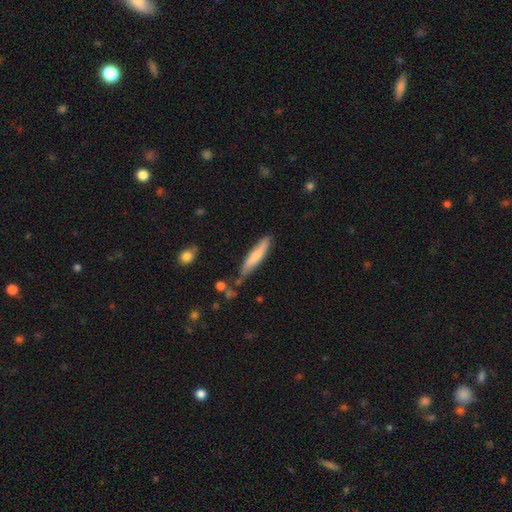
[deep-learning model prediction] Smooth or featured?
  - smooth: 74% *
  - featured or disk: 21%
  - star or artifact: 5%
How rounded?
  - cigar-shaped: 87% *
  - in between: 12%
  - round: 1%
Merging?
  - none: 71% *
  - minor disturbance: 21%
  - merger: 4%
  - major disturbance: 4%